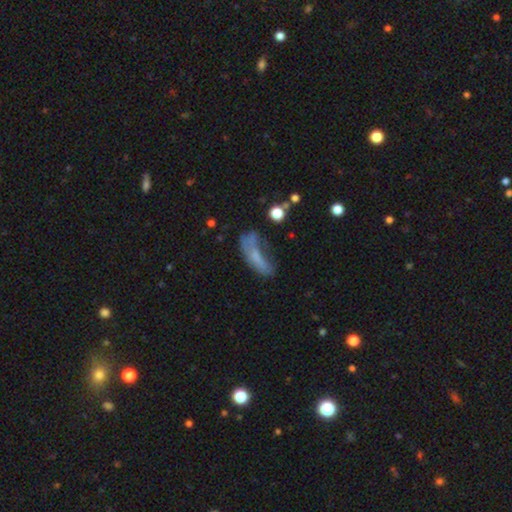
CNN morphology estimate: Q: Smooth or featured?
A: smooth (55%); runner-up: featured or disk (31%)
Q: How rounded?
A: in between (55%); runner-up: cigar-shaped (41%)
Q: Merging?
A: major disturbance (37%); runner-up: none (28%)